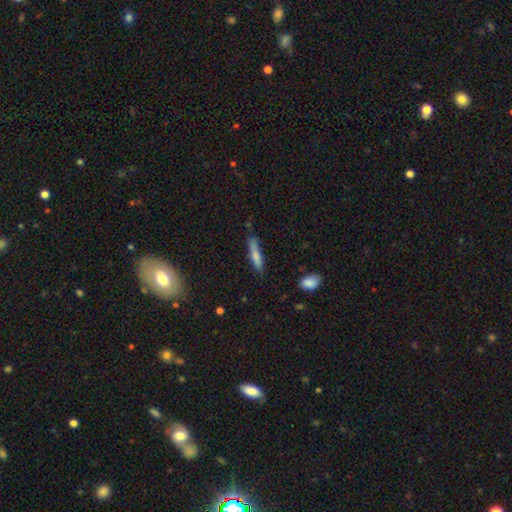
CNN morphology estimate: Smooth or featured?
  - smooth: 73% *
  - featured or disk: 20%
  - star or artifact: 7%
How rounded?
  - cigar-shaped: 86% *
  - in between: 12%
  - round: 2%
Merging?
  - none: 71% *
  - minor disturbance: 21%
  - major disturbance: 4%
  - merger: 3%